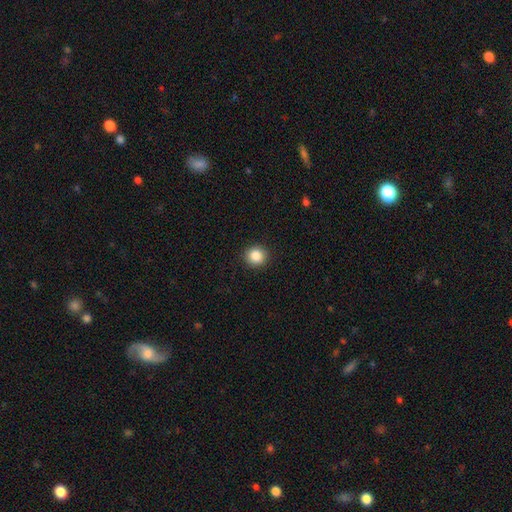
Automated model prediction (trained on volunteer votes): Smooth or featured: smooth — 86% (star or artifact — 10%)
How rounded: round — 89% (in between — 10%)
Merging: none — 92% (minor disturbance — 5%)